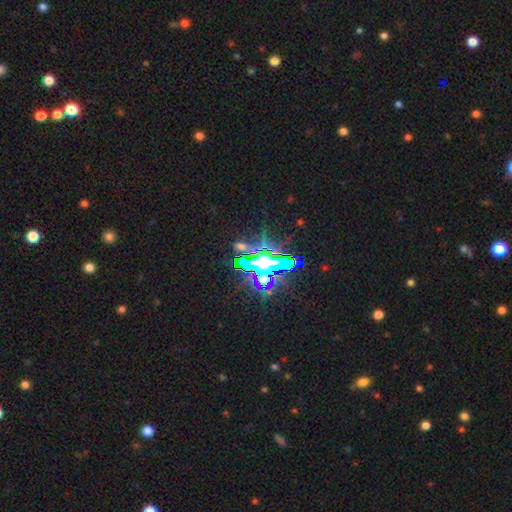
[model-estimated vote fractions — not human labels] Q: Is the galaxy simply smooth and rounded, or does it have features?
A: star or artifact — 85%.